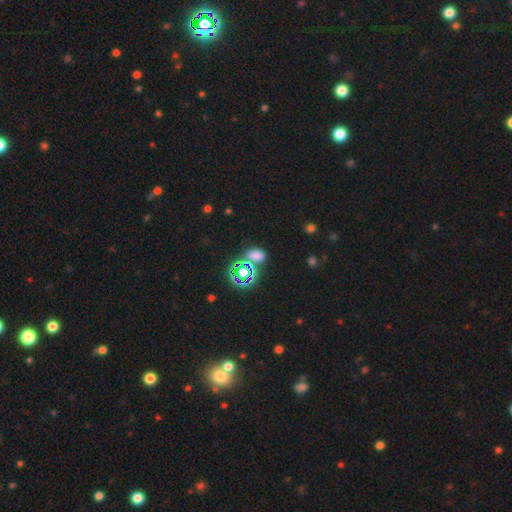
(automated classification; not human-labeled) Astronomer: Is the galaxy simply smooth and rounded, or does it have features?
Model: smooth — 55% (runner-up: star or artifact, 37%).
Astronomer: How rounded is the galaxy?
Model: in between — 71%.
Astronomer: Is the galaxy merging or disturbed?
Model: none — 67%.